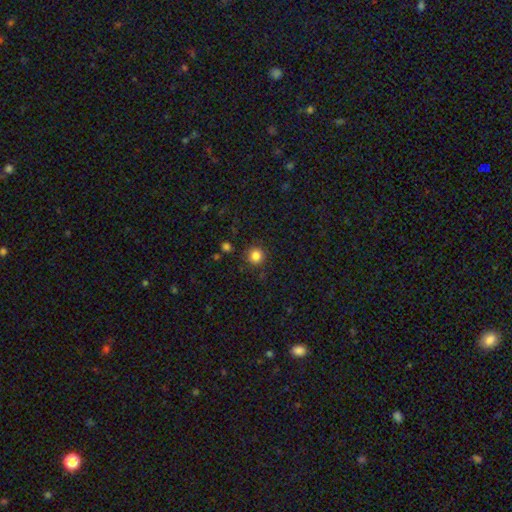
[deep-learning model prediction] Smooth or featured?
  - smooth: 84% *
  - star or artifact: 11%
  - featured or disk: 4%
How rounded?
  - round: 93% *
  - in between: 6%
  - cigar-shaped: 1%
Merging?
  - none: 89% *
  - minor disturbance: 7%
  - major disturbance: 2%
  - merger: 2%